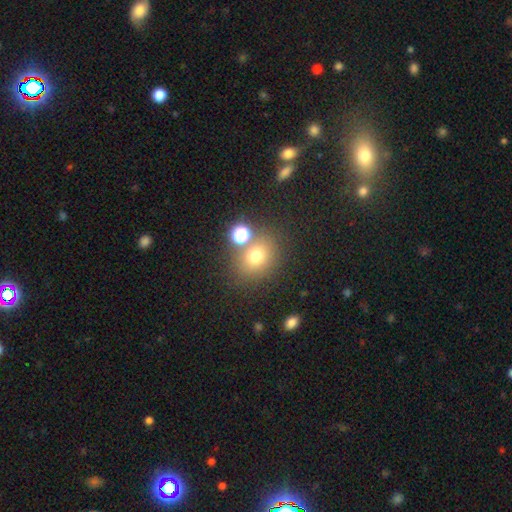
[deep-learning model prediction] Smooth or featured? Predicted: smooth (p=0.70). How rounded? Predicted: round (p=0.72). Merging? Predicted: none (p=0.69).